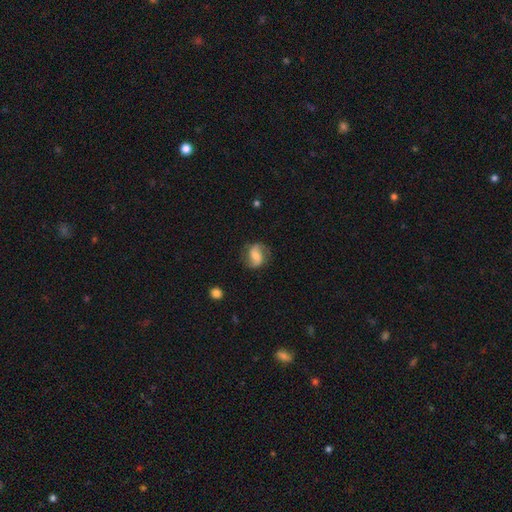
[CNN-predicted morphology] Smooth or featured? featured or disk (68%)
Edge-on disk? no (97%)
Bar? weak (39%)
Spiral arms? yes (92%)
Spiral winding? loose (45%)
Spiral arm count? 2 (90%)
Bulge size? moderate (46%)
Merging? none (77%)